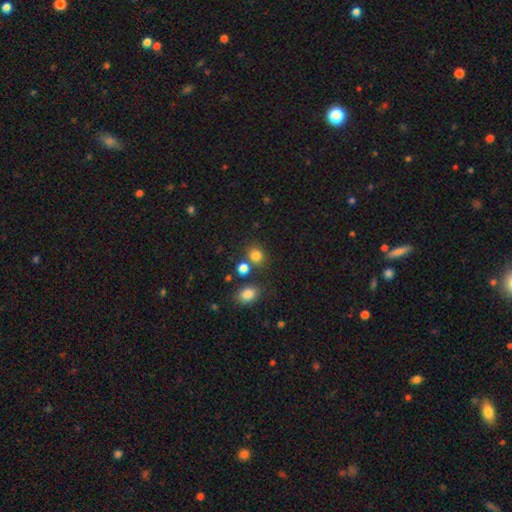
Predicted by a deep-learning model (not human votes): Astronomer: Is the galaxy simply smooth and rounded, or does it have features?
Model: smooth — 81%.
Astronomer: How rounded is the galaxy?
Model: round — 75%.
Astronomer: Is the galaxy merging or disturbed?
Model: none — 69%.